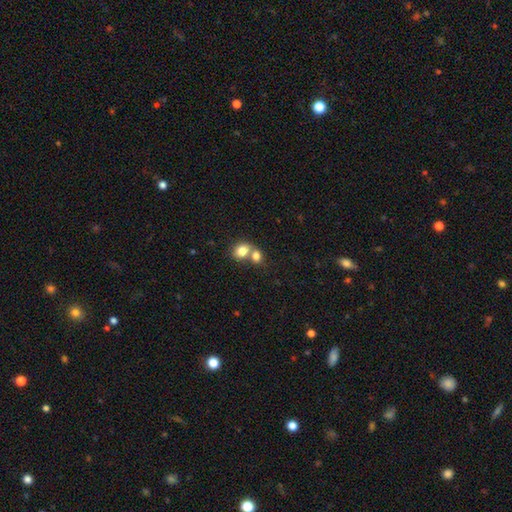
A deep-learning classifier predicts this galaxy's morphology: type=smooth (80%); roundness=round (57%); merging=merger (60%).